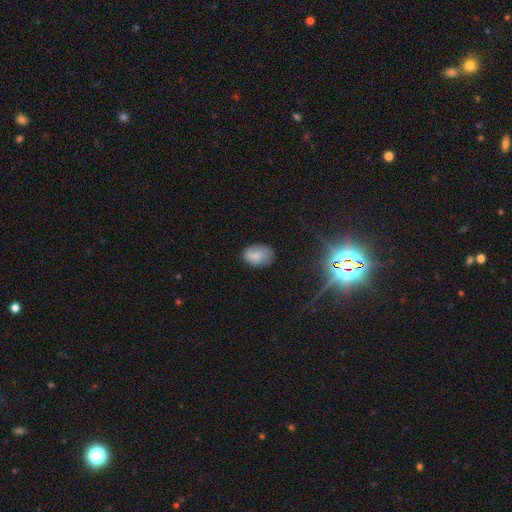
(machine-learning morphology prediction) type=smooth (80%); roundness=in between (77%); merging=none (70%).